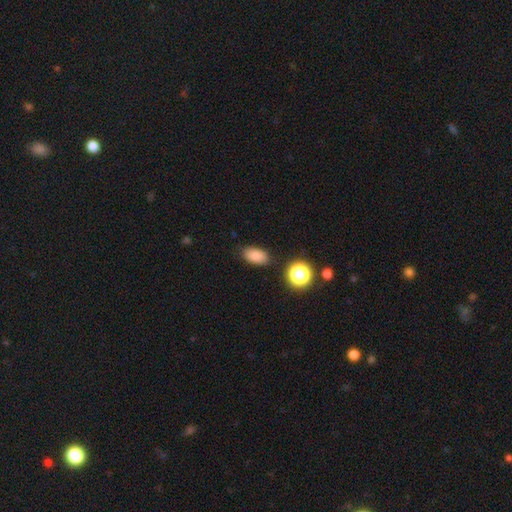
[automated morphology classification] This appears to be a smooth galaxy with no disk features (83%) that is in between round and cigar-shaped (88%). Merging: none (83%).